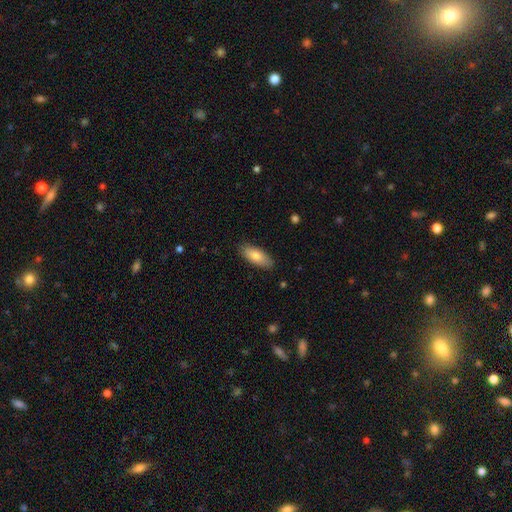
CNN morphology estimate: A smooth galaxy with no disk features (82%) that is in between round and cigar-shaped (80%). Merging: none (85%).